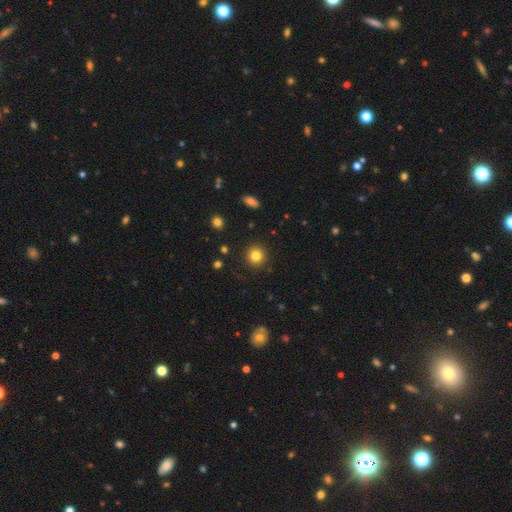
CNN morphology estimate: smooth-or-featured: smooth: 82% | star or artifact: 12% | featured or disk: 6%
  how-rounded: round: 92% | in between: 7% | cigar-shaped: 1%
  merging: none: 91% | minor disturbance: 6% | major disturbance: 2% | merger: 1%